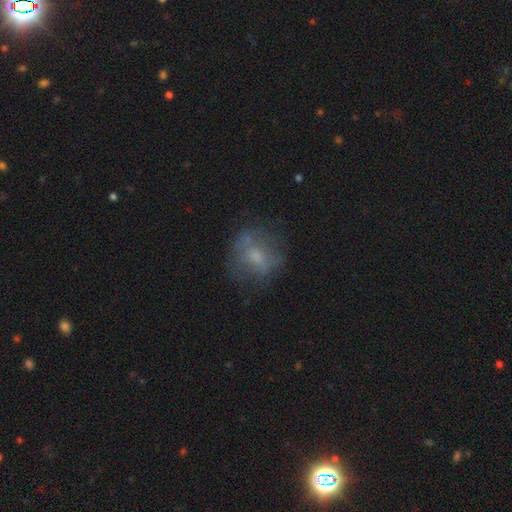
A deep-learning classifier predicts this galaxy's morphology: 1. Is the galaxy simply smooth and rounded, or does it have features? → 53% smooth, 34% featured or disk, 13% star or artifact.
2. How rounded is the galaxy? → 70% round, 29% in between, 1% cigar-shaped.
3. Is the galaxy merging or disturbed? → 64% none, 20% minor disturbance, 14% major disturbance, 2% merger.